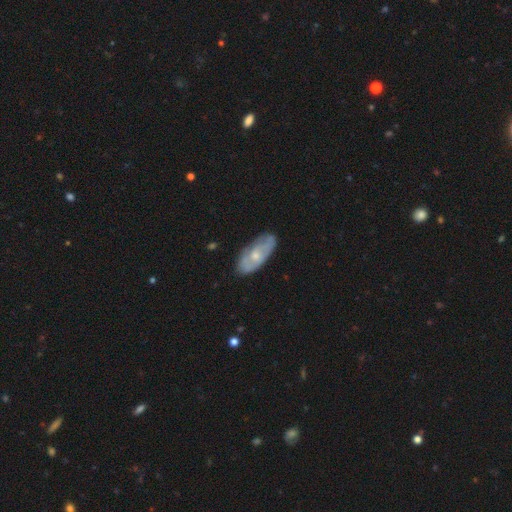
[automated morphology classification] type=featured or disk (53%); edge-on=no (86%); merging=none (73%).